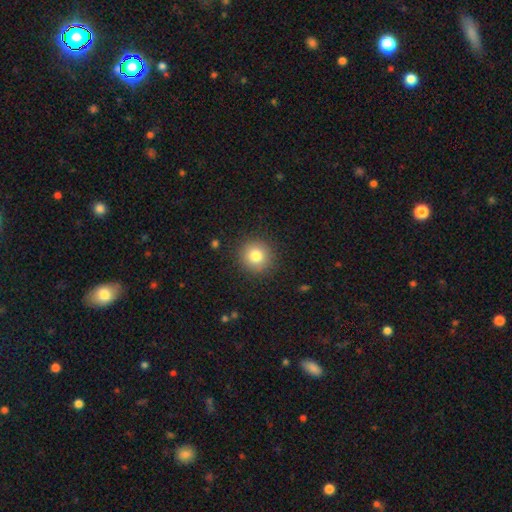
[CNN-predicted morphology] A smooth galaxy with no disk features (81%) that is round (94%).

Vote fractions:
- Smooth or featured? smooth: 81% / star or artifact: 10% / featured or disk: 9%
- How rounded? round: 94% / in between: 6% / cigar-shaped: 1%
- Merging? none: 90% / minor disturbance: 6% / major disturbance: 2% / merger: 1%